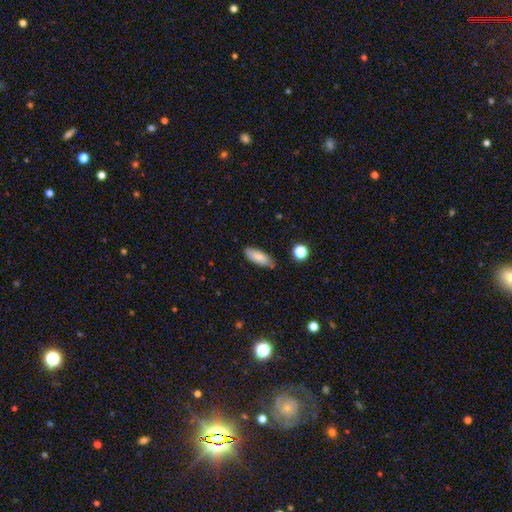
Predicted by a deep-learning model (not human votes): Overall: smooth (81%). How rounded: in between (69%). Merging: none (83%).